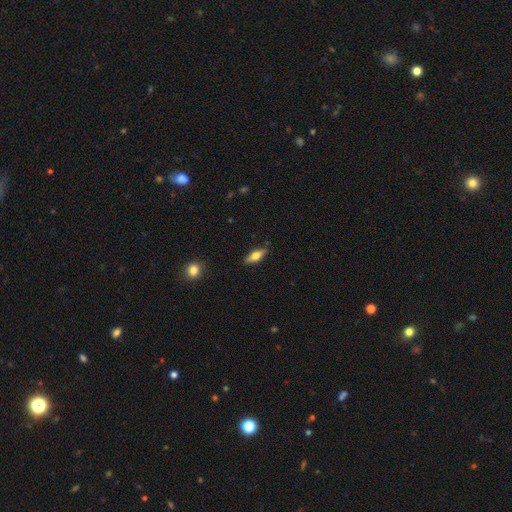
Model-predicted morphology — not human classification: Q: Smooth or featured?
A: smooth (49%); runner-up: featured or disk (44%)
Q: Merging?
A: none (86%); runner-up: minor disturbance (10%)